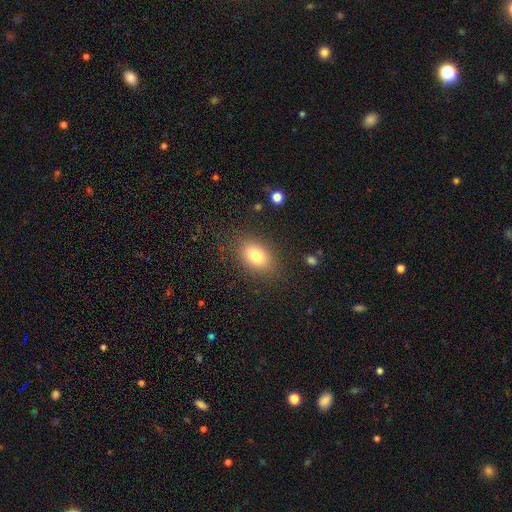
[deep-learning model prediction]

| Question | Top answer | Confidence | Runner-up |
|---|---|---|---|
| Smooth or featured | smooth | 79% | featured or disk (11%) |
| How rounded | in between | 81% | round (18%) |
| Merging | none | 84% | minor disturbance (10%) |